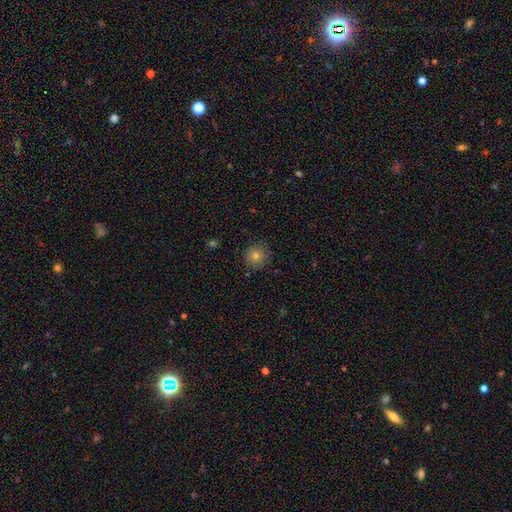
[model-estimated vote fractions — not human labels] Q: Smooth or featured?
A: smooth (74%); runner-up: star or artifact (15%)
Q: How rounded?
A: round (94%); runner-up: in between (5%)
Q: Merging?
A: none (87%); runner-up: minor disturbance (10%)